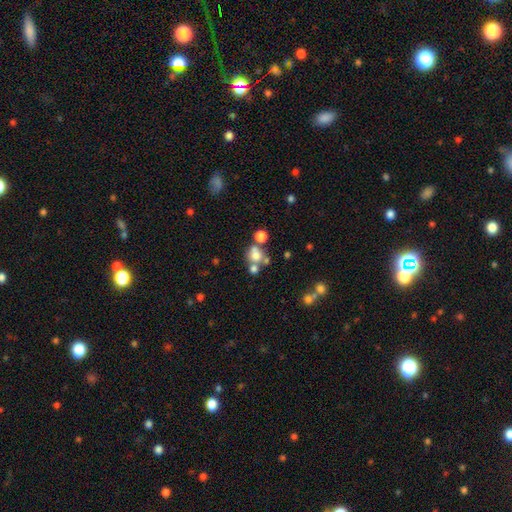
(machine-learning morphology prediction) Q: Smooth or featured?
A: smooth (66%); runner-up: featured or disk (18%)
Q: How rounded?
A: round (75%); runner-up: in between (24%)
Q: Merging?
A: none (44%); runner-up: merger (40%)